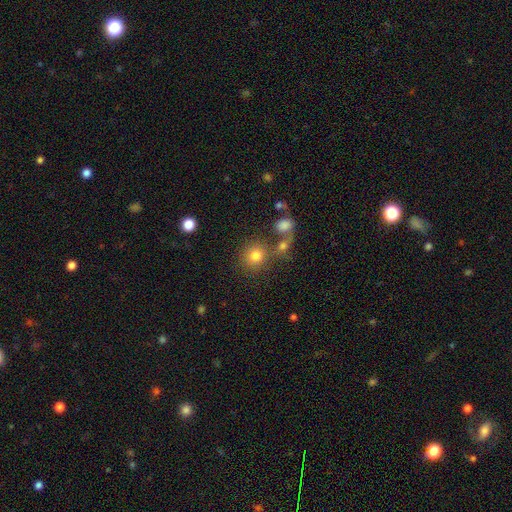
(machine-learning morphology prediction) Q: Smooth or featured?
A: smooth (78%); runner-up: star or artifact (13%)
Q: How rounded?
A: round (84%); runner-up: in between (15%)
Q: Merging?
A: none (68%); runner-up: merger (17%)